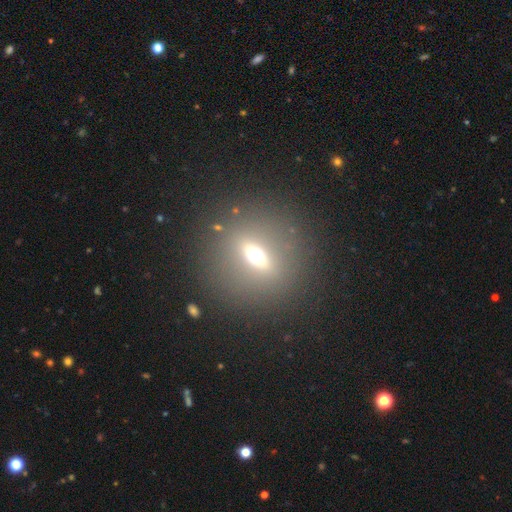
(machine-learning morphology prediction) This appears to be a smooth galaxy with no disk features (48%). Merging: none (83%).